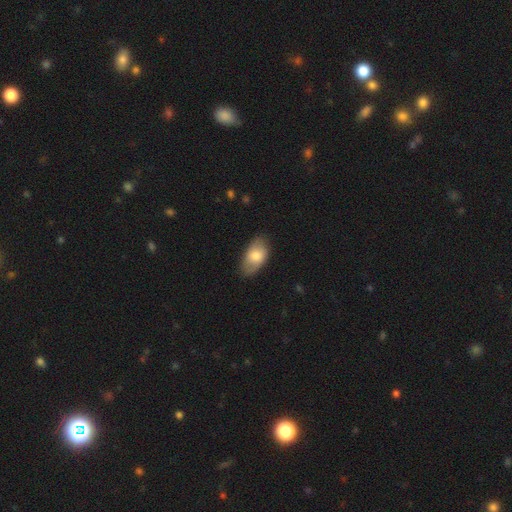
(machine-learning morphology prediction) A smooth galaxy with no disk features (73%) that is in between round and cigar-shaped (93%). Merging: none (77%).